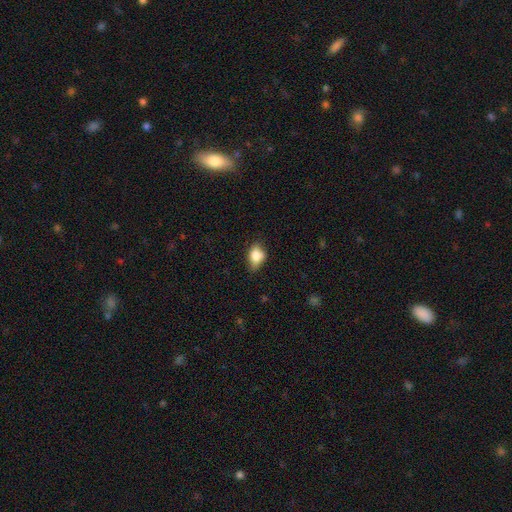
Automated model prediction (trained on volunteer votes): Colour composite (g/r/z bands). It shows a smooth galaxy with no disk features (78%) that is in between round and cigar-shaped (76%). Merging: none (53%).